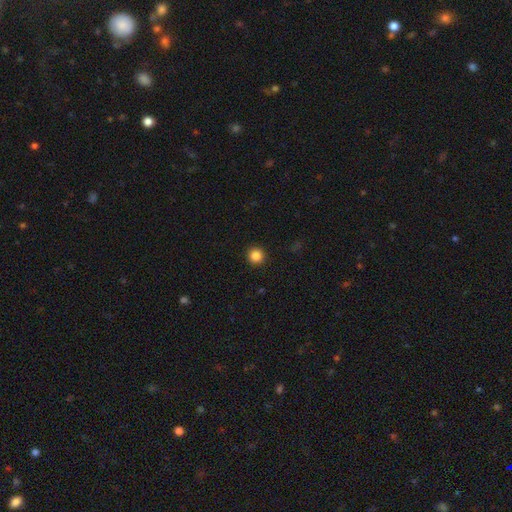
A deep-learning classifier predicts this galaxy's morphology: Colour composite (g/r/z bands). It shows a smooth galaxy with no disk features (86%) that is round (96%). Merging: none (93%).